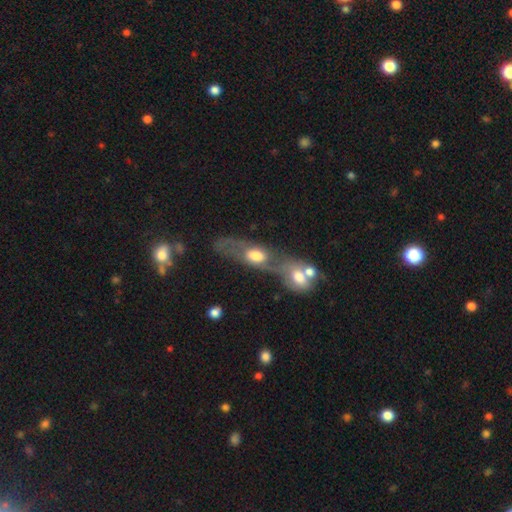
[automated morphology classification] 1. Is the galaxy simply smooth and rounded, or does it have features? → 46% smooth (tied), 46% featured or disk (tied), 8% star or artifact.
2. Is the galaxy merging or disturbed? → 59% merger, 19% none, 11% major disturbance, 11% minor disturbance.